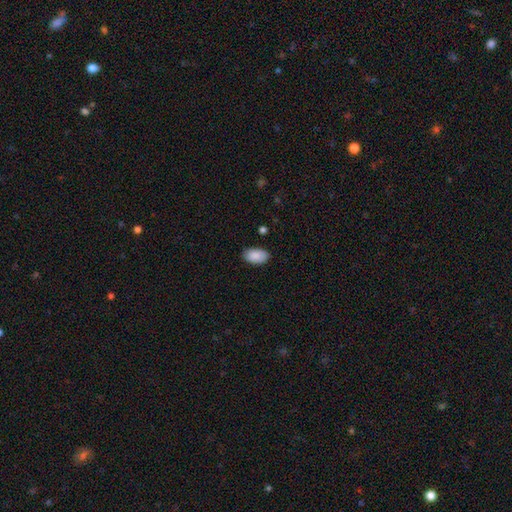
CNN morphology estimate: Smooth or featured?
  - smooth: 90% *
  - star or artifact: 6%
  - featured or disk: 4%
How rounded?
  - in between: 94% *
  - round: 5%
  - cigar-shaped: 1%
Merging?
  - none: 84% *
  - minor disturbance: 13%
  - major disturbance: 3%
  - merger: 1%